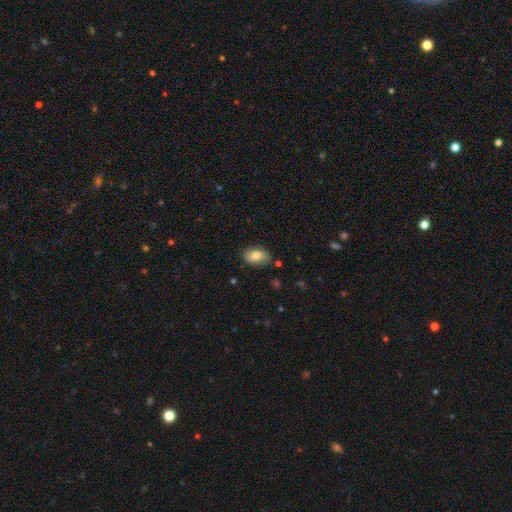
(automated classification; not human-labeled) Overall: smooth (78%). How rounded: in between (91%). Merging: none (78%).